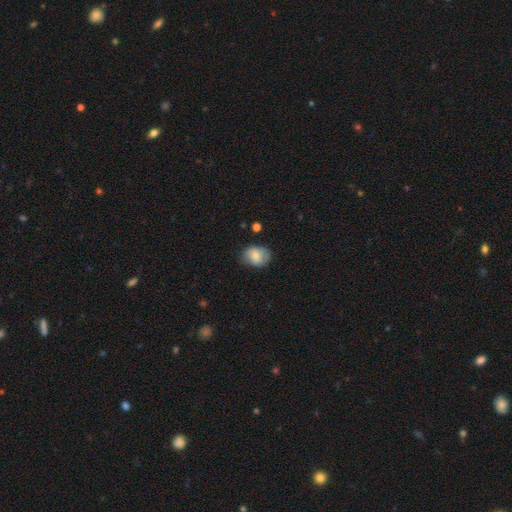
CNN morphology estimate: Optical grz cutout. It shows a smooth galaxy with no disk features (71%) that is in between round and cigar-shaped (63%). Merging: none (66%).